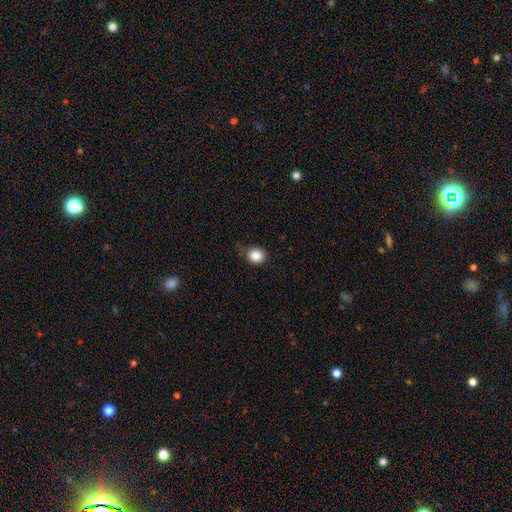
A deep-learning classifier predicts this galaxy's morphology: smooth-or-featured: smooth: 86% | star or artifact: 10% | featured or disk: 4%
  how-rounded: round: 82% | in between: 18% | cigar-shaped: 1%
  merging: none: 73% | minor disturbance: 21% | major disturbance: 5% | merger: 1%